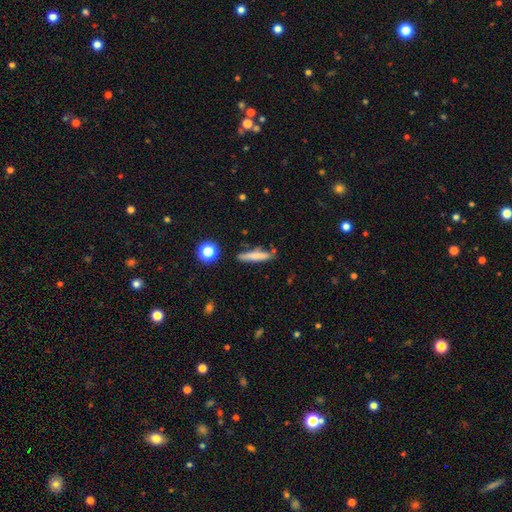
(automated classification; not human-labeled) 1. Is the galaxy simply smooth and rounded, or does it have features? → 72% smooth, 20% featured or disk, 8% star or artifact.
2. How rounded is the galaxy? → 87% cigar-shaped, 10% in between, 2% round.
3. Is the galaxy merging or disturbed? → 79% none, 14% minor disturbance, 4% merger, 3% major disturbance.